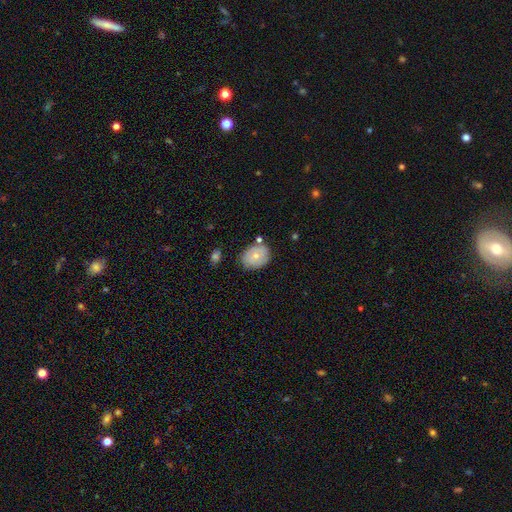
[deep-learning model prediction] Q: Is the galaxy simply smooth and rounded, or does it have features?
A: smooth — 62%.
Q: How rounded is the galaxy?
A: in between — 58%.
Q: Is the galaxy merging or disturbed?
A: none — 72%.